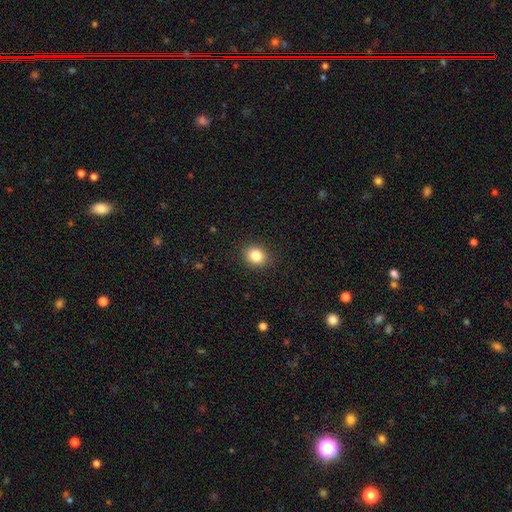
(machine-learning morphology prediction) Smooth or featured? smooth (85%)
How rounded? round (71%)
Merging? none (89%)